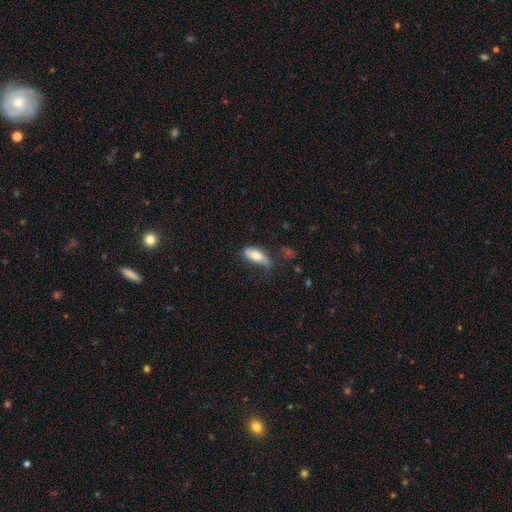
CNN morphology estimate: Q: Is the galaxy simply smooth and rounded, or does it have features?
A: smooth — 70%.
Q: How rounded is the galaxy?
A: in between — 78%.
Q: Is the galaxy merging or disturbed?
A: none — 46%.